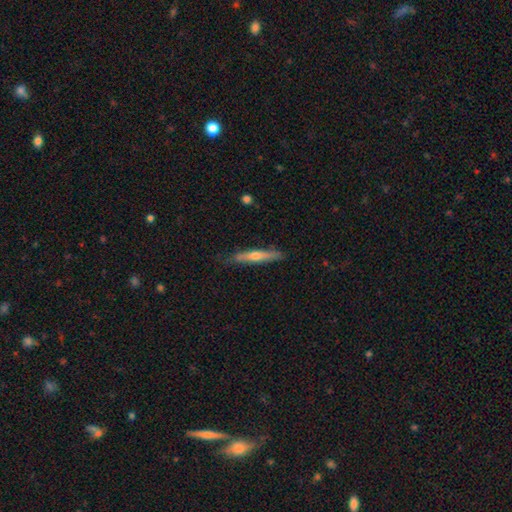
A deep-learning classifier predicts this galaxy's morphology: Smooth or featured? Predicted: featured or disk (p=0.58). Edge-on disk? Predicted: yes (p=0.93). Edge-on bulge? Predicted: rounded (p=0.83). Merging? Predicted: none (p=0.84).